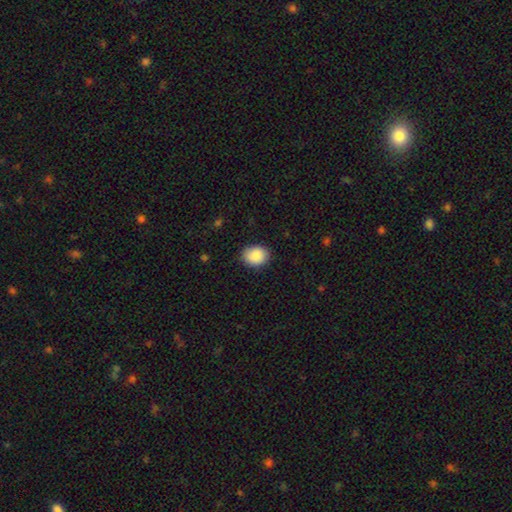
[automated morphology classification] Smooth or featured: smooth — 89% (star or artifact — 7%)
How rounded: round — 52% (in between — 47%)
Merging: none — 86% (minor disturbance — 11%)